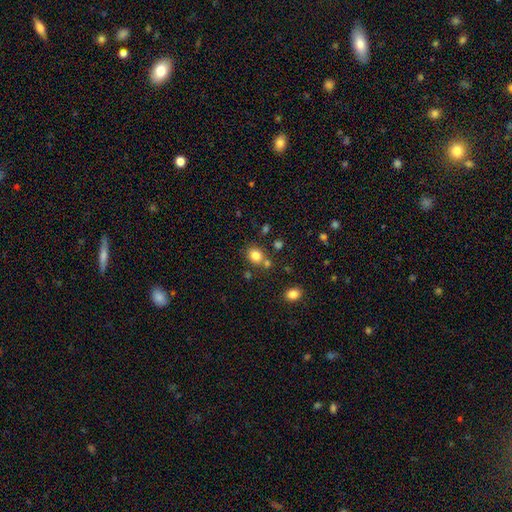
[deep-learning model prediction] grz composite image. It shows a smooth galaxy with no disk features (81%) that is round (68%). Merging: none (69%).